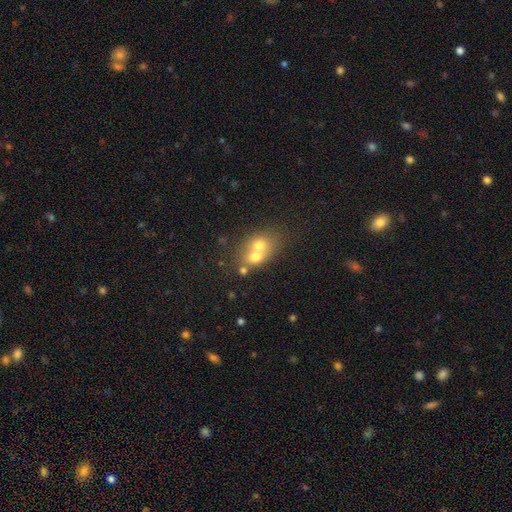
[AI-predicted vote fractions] A smooth galaxy with no disk features (63%) that is round (51%).

Vote fractions:
- Smooth or featured? smooth: 63% / featured or disk: 25% / star or artifact: 11%
- How rounded? round: 51% / in between: 48% / cigar-shaped: 2%
- Merging? merger: 68% / none: 23% / minor disturbance: 6% / major disturbance: 3%